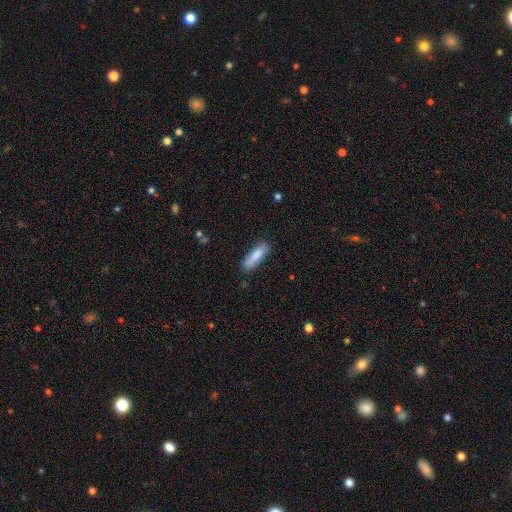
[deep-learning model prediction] Smooth or featured: smooth — 83% (featured or disk — 11%)
How rounded: cigar-shaped — 62% (in between — 36%)
Merging: none — 75% (minor disturbance — 18%)